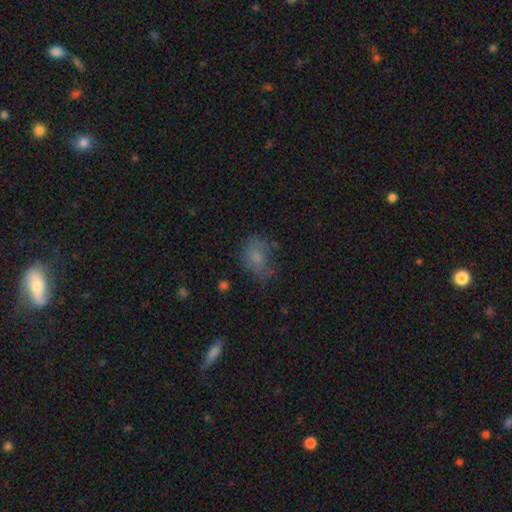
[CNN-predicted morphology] The model was most divided on "merging": none: 50%, minor disturbance: 28%, major disturbance: 20%, merger: 3%. More confident: smooth or featured — smooth (69%); how rounded — in between (67%).